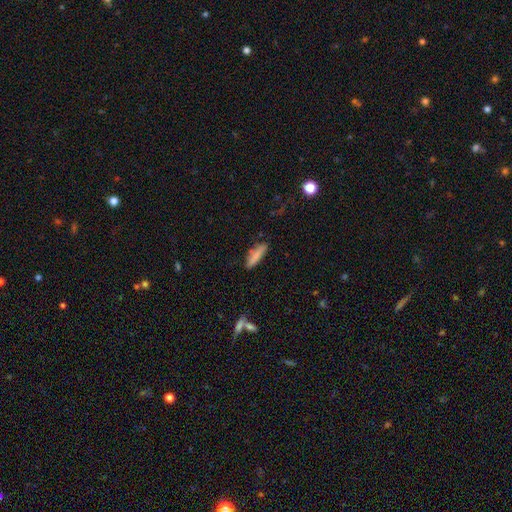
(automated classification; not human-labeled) Smooth or featured? smooth (81%)
How rounded? cigar-shaped (75%)
Merging? none (78%)